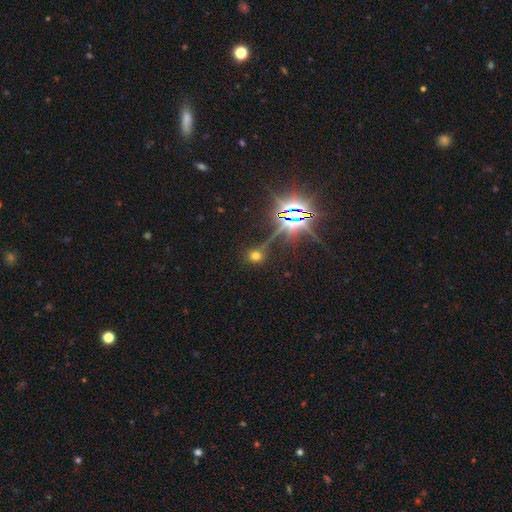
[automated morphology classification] This appears to be a smooth galaxy with no disk features (49%). Merging: none (70%).